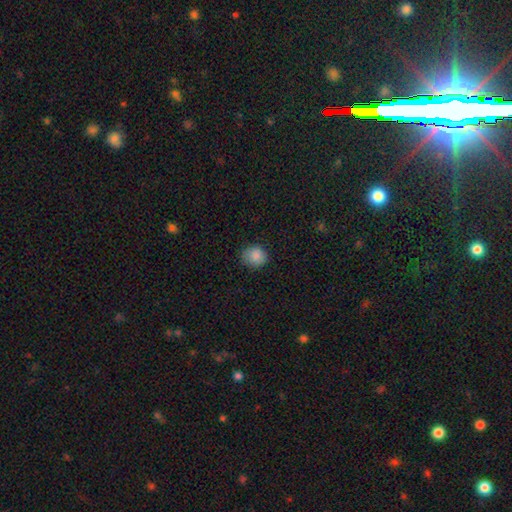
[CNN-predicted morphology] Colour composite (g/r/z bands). It shows a smooth galaxy with no disk features (87%) that is round (79%). Merging: none (80%).